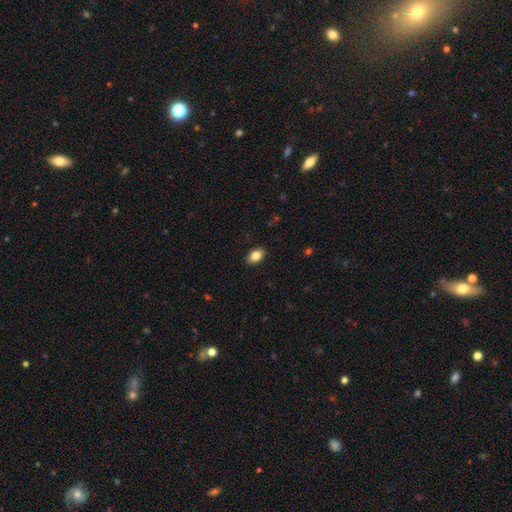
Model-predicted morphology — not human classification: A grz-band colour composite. It shows a smooth galaxy with no disk features (83%) that is in between round and cigar-shaped (89%). Merging: none (88%).